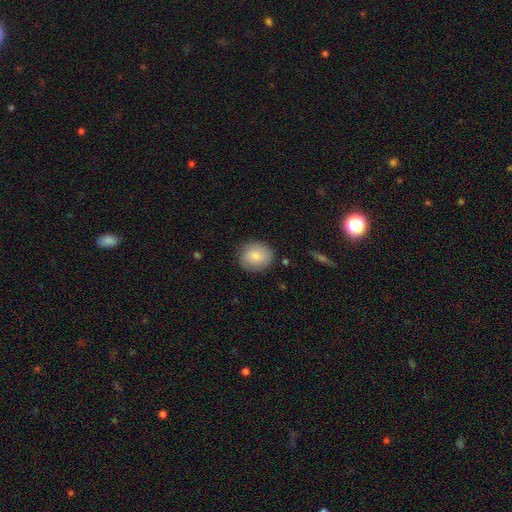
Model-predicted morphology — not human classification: A smooth galaxy with no disk features (82%) that is round (69%). Merging: none (82%).